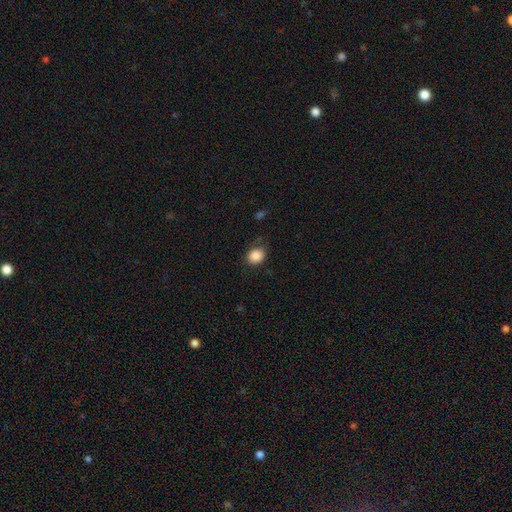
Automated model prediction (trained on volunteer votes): A smooth galaxy with no disk features (87%) that is round (56%). Merging: none (74%).